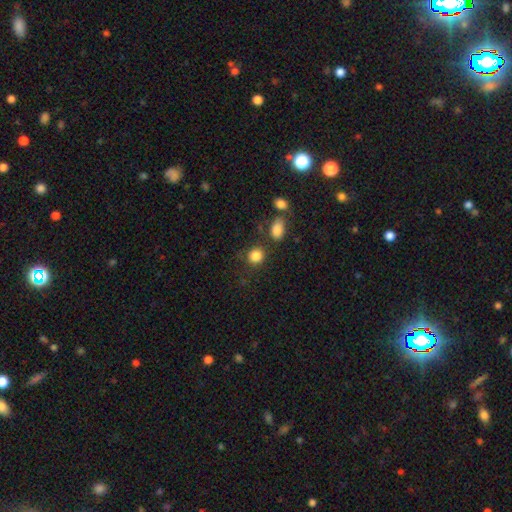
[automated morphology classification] smooth_or_featured: smooth (p=0.85) [alt: star or artifact p=0.10]
how_rounded: round (p=0.83) [alt: in between p=0.16]
merging: none (p=0.77) [alt: minor disturbance p=0.11]